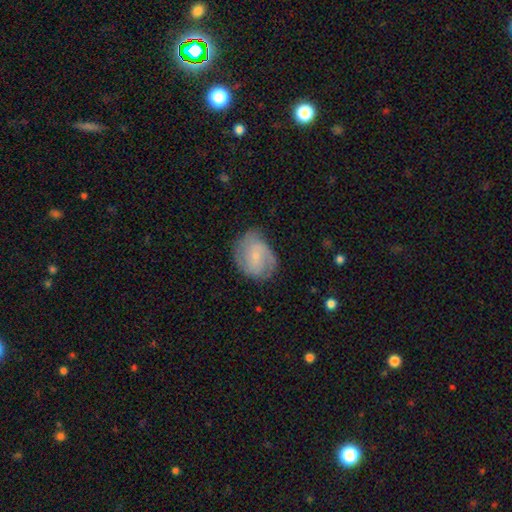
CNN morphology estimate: Smooth or featured?
  - featured or disk: 63% *
  - smooth: 30%
  - star or artifact: 7%
Edge-on disk?
  - no: 97% *
  - yes: 3%
Bar?
  - no: 50% *
  - weak: 42%
  - strong: 8%
Spiral arms?
  - yes: 90% *
  - no: 10%
Spiral winding?
  - medium: 45% *
  - tight: 38%
  - loose: 17%
Spiral arm count?
  - 2: 51% *
  - can't tell: 24%
  - 3: 13%
  - 1: 5%
  - 4: 3%
  - more than 4: 3%
Bulge size?
  - small: 71% *
  - moderate: 17%
  - none: 10%
  - large: 1%
  - dominant: 1%
Merging?
  - none: 67% *
  - minor disturbance: 23%
  - major disturbance: 9%
  - merger: 1%